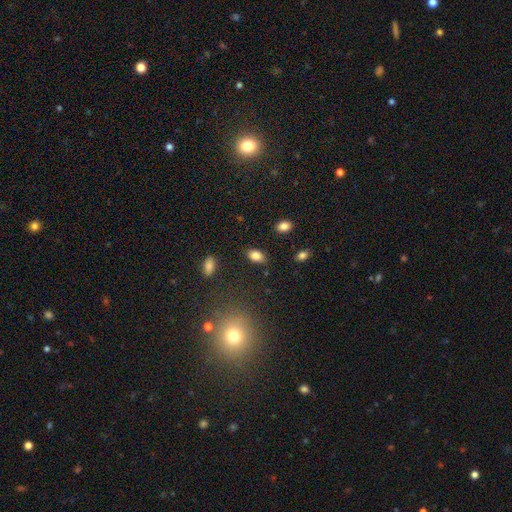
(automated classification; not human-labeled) This is clearly a smooth galaxy (83%). How rounded: clearly in between (87%). Merging: clearly none (84%).